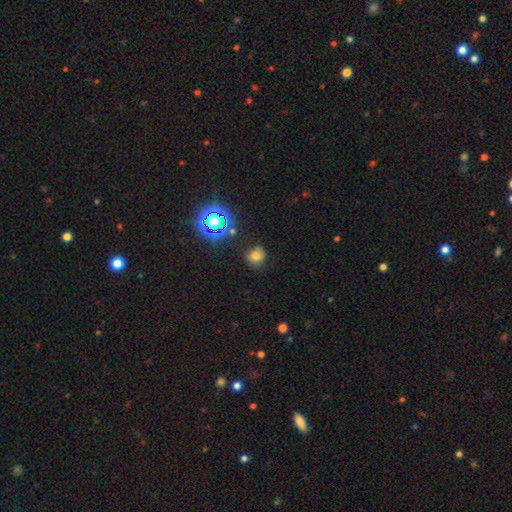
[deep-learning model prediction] Smooth or featured? Predicted: smooth (p=0.71). How rounded? Predicted: round (p=0.83). Merging? Predicted: none (p=0.78).